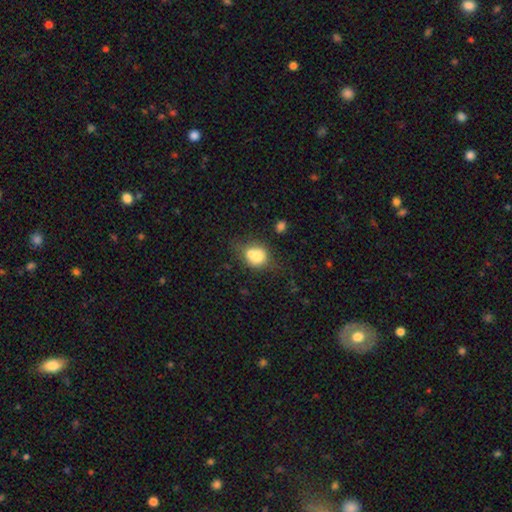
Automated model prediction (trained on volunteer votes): smooth 72%, featured or disk 18%, star or artifact 10%. Down the decision tree: how rounded — round (66%); merging — merger (40%).